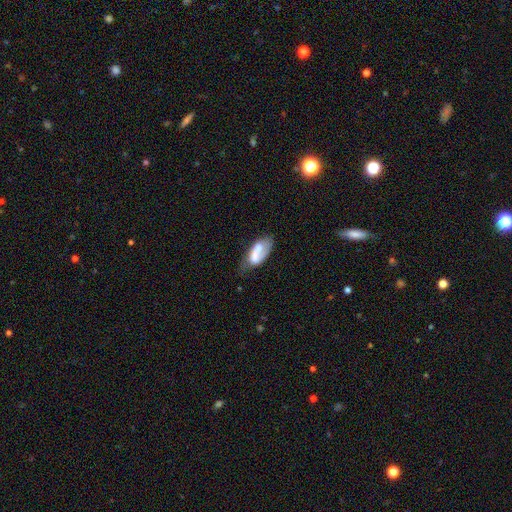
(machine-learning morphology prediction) A smooth galaxy with no disk features (47%). Merging: none (40%).